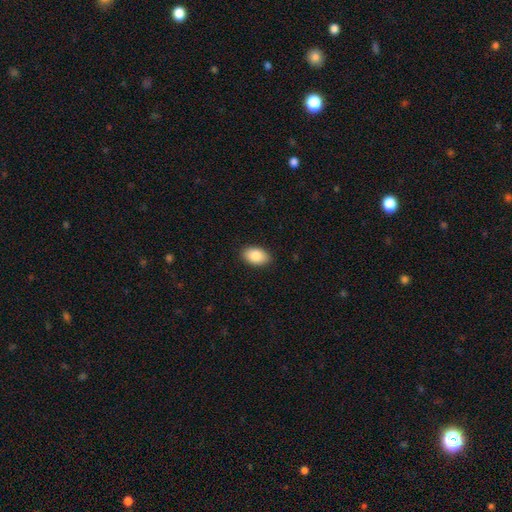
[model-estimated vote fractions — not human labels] smooth 87%, star or artifact 7%, featured or disk 6%. Down the decision tree: how rounded — in between (92%); merging — none (89%).